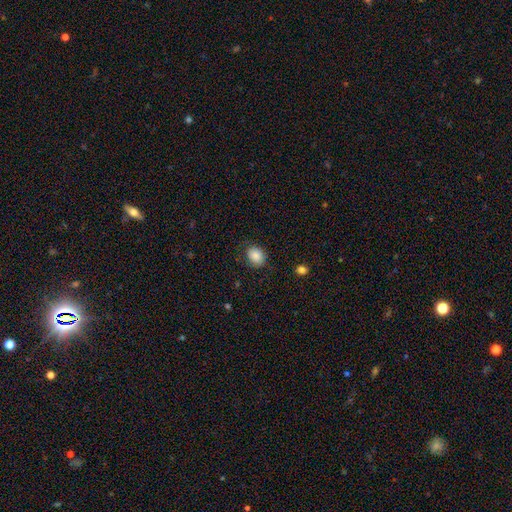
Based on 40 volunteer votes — Overall: smooth (92%). How rounded: in between (62%; round 38%). Merging: none (71%).